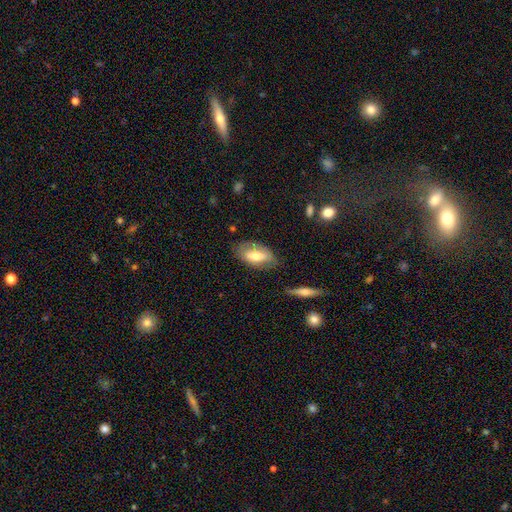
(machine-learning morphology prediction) type=smooth (61%); roundness=in between (91%); merging=none (68%).